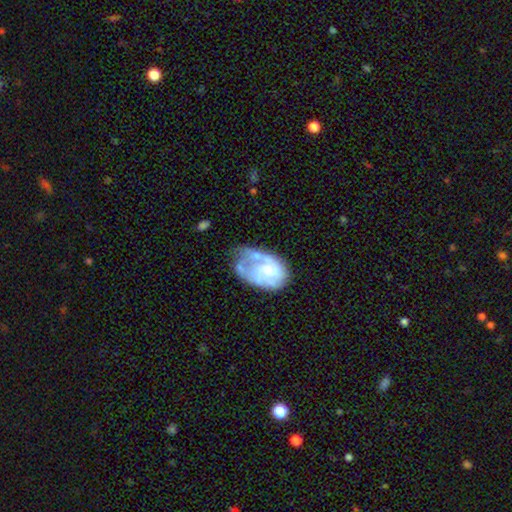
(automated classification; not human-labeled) Morphology: type=featured or disk (64%); edge-on=no (98%); bar=no (80%); spiral arms=no (53%); bulge=small (40%); merging=none (36%).